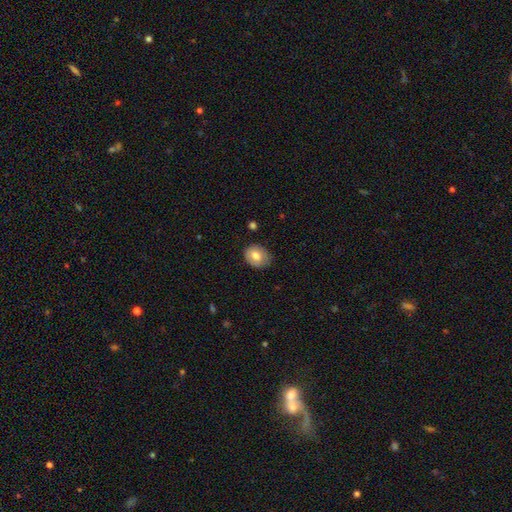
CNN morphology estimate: smooth-or-featured: smooth: 74% | featured or disk: 18% | star or artifact: 8%
  how-rounded: round: 51% | in between: 48% | cigar-shaped: 1%
  merging: none: 77% | minor disturbance: 18% | major disturbance: 3% | merger: 1%